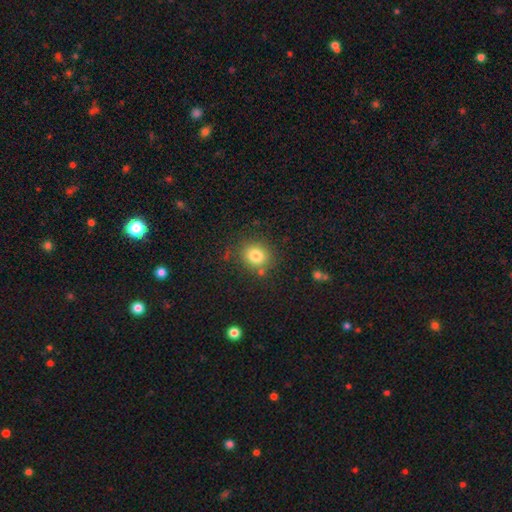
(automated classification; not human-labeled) Smooth or featured? Predicted: smooth (p=0.80). How rounded? Predicted: round (p=0.78). Merging? Predicted: none (p=0.80).